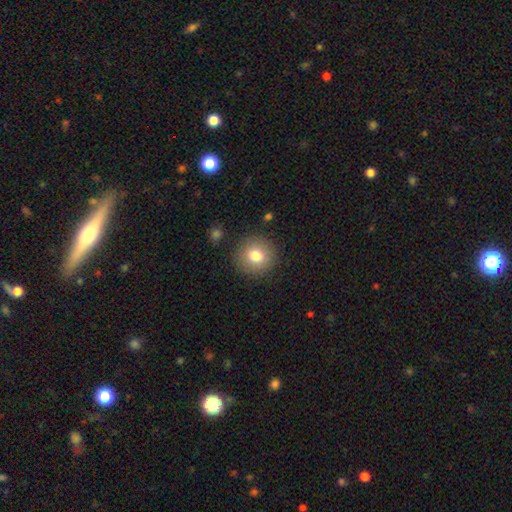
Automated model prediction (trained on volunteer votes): smooth-or-featured: smooth: 79% | featured or disk: 11% | star or artifact: 10%
  how-rounded: round: 92% | in between: 7% | cigar-shaped: 1%
  merging: none: 88% | minor disturbance: 7% | major disturbance: 3% | merger: 2%